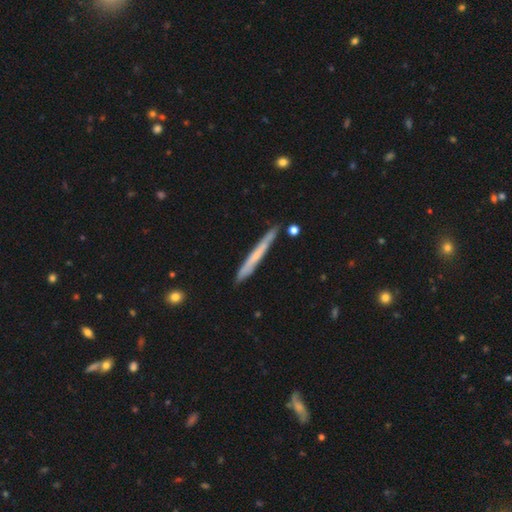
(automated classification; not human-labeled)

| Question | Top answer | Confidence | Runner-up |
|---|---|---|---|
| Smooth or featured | smooth | 50% | featured or disk (44%) |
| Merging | none | 83% | minor disturbance (12%) |